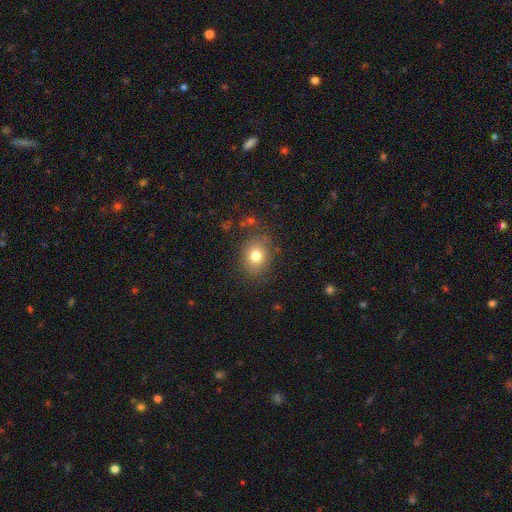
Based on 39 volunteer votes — This appears to be a smooth galaxy with no disk features (79%) that is round (65%). Merging: none (89%).